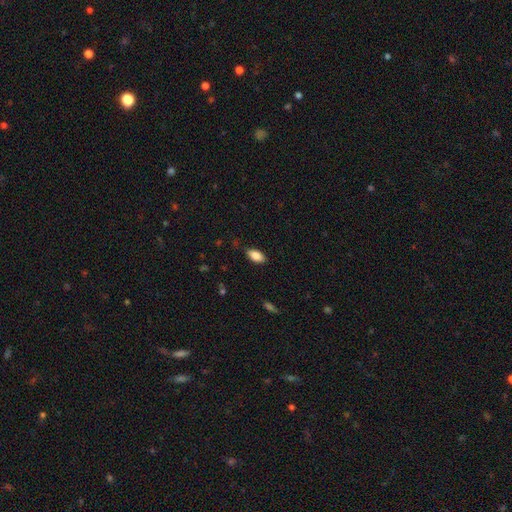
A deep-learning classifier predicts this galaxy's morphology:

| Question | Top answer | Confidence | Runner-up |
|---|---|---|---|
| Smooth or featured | smooth | 85% | featured or disk (8%) |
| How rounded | in between | 91% | cigar-shaped (6%) |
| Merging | none | 85% | minor disturbance (11%) |